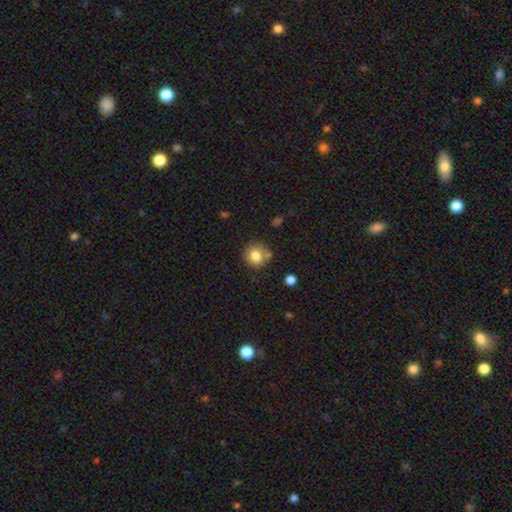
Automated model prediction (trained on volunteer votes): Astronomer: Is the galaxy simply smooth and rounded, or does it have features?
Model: smooth — 81%.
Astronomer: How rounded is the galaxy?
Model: round — 87%.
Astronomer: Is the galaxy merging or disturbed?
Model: none — 70%.